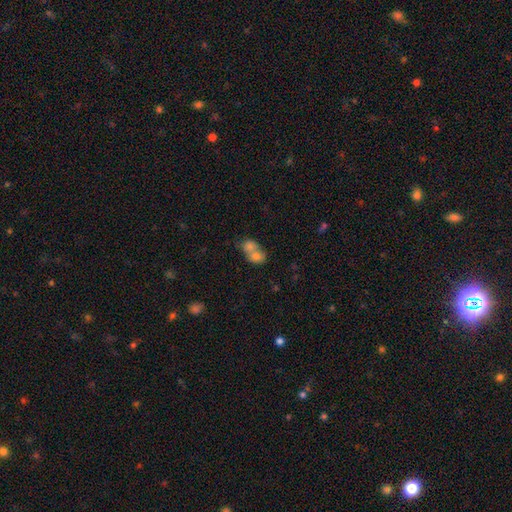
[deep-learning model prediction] Smooth or featured: smooth — 74% (featured or disk — 17%)
How rounded: round — 54% (in between — 45%)
Merging: merger — 75% (none — 17%)